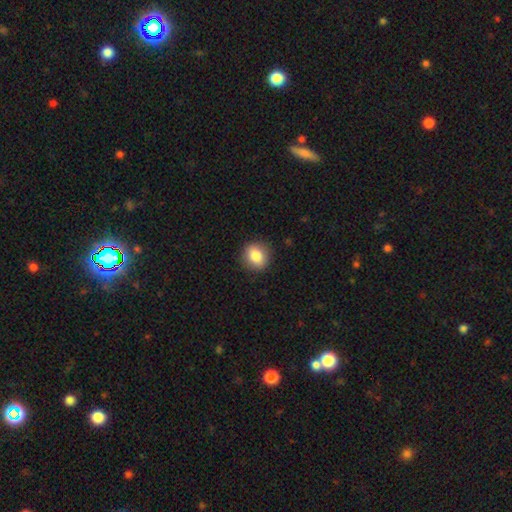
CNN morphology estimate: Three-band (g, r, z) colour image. It shows a smooth galaxy with no disk features (84%) that is round (70%). Merging: none (89%).